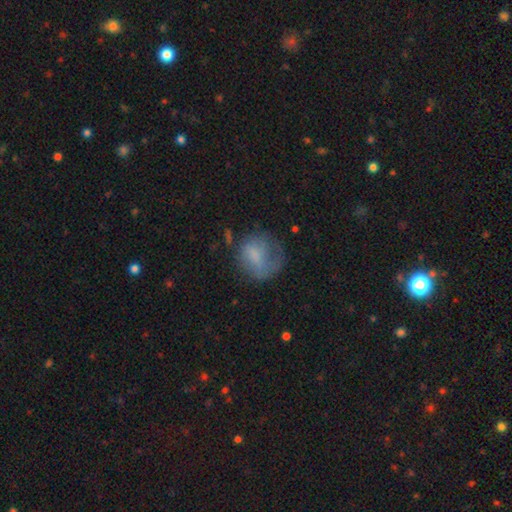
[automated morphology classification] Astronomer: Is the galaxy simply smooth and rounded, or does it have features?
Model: smooth — 63%.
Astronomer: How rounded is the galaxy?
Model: round — 69%.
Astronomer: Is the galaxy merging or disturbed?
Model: none — 42% (runner-up: major disturbance, 30%).